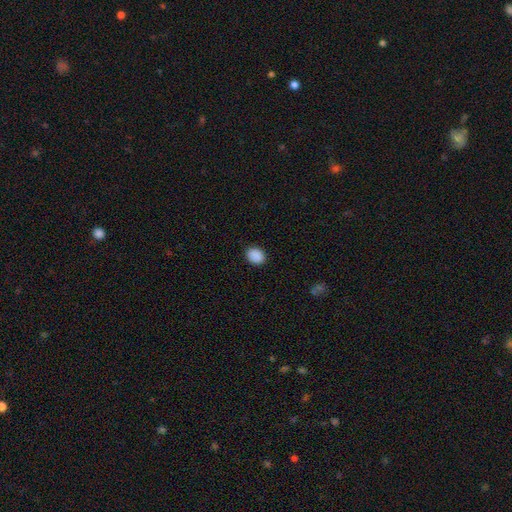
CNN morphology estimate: Smooth or featured? Predicted: smooth (p=0.89). How rounded? Predicted: round (p=0.51). Merging? Predicted: none (p=0.89).